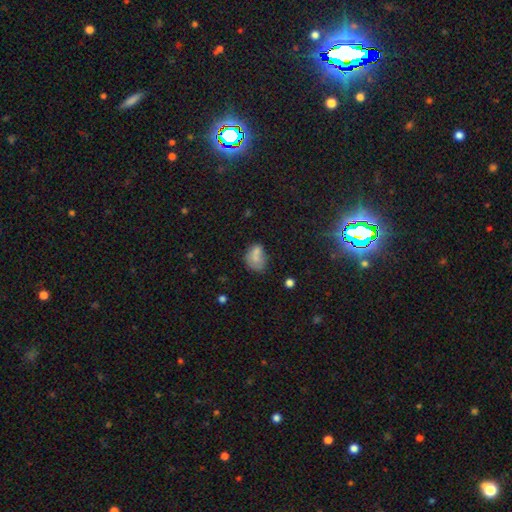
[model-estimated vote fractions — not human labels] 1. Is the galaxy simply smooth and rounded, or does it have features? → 66% smooth, 22% featured or disk, 12% star or artifact.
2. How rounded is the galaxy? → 65% in between, 33% round, 1% cigar-shaped.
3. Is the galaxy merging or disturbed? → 36% none, 30% merger, 22% minor disturbance, 13% major disturbance.